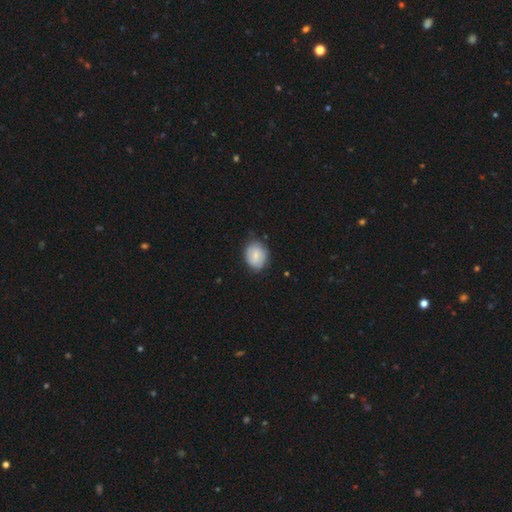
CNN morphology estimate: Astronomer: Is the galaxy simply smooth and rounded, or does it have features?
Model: smooth — 69%.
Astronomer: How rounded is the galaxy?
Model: in between — 54% (runner-up: round, 45%).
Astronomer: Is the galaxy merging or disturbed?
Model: none — 75%.